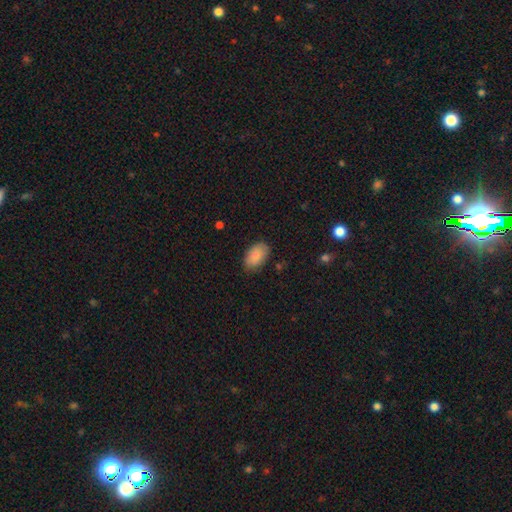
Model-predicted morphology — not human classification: Smooth or featured? Predicted: smooth (p=0.88). How rounded? Predicted: in between (p=0.93). Merging? Predicted: none (p=0.83).